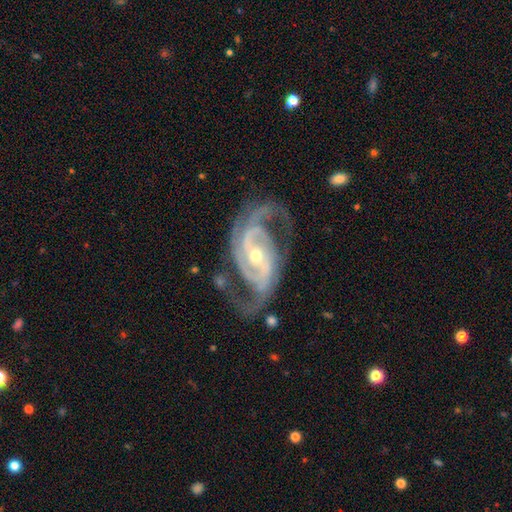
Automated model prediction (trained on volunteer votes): featured or disk 93%, star or artifact 4%, smooth 3%. Down the decision tree: edge-on disk — no (97%); bar — weak (35%); spiral arms — yes (98%); spiral arm count — 2 (65%); spiral winding — medium (53%); bulge size — small (53%); merging — none (66%).